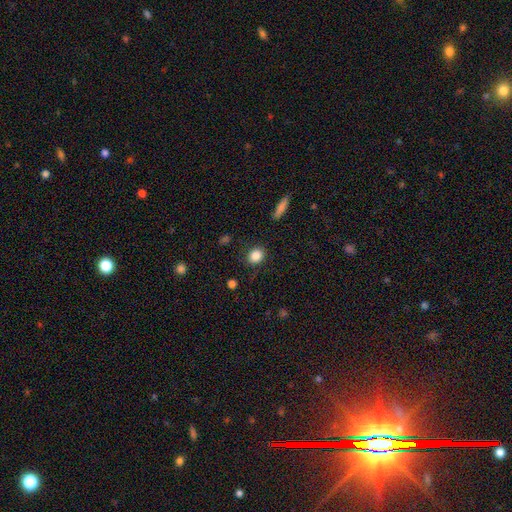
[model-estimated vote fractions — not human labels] A smooth galaxy with no disk features (86%) that is round (61%).

Vote fractions:
- Smooth or featured? smooth: 86% / star or artifact: 9% / featured or disk: 5%
- How rounded? round: 61% / in between: 37% / cigar-shaped: 2%
- Merging? none: 85% / minor disturbance: 10% / major disturbance: 3% / merger: 2%